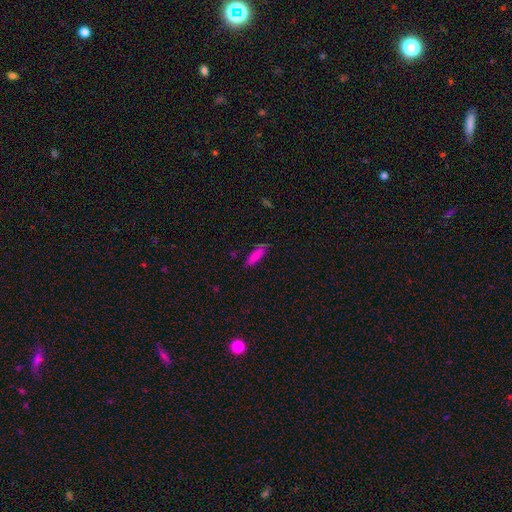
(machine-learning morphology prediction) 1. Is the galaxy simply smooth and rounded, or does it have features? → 83% smooth, 9% star or artifact, 8% featured or disk.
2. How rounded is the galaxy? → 53% in between, 45% cigar-shaped, 2% round.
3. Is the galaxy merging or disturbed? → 73% none, 20% minor disturbance, 4% major disturbance, 2% merger.